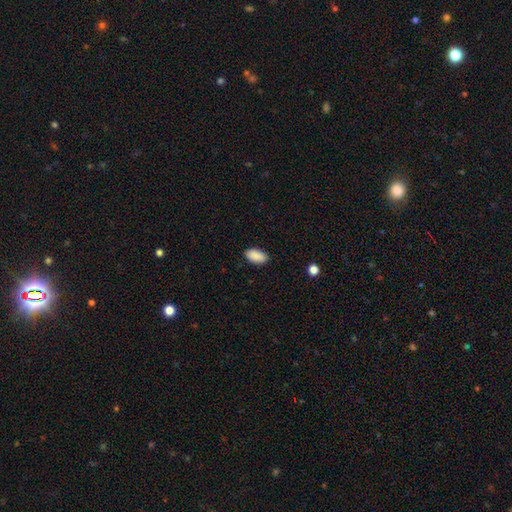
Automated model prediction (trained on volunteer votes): Overall: smooth (90%). How rounded: in between (94%). Merging: none (87%).